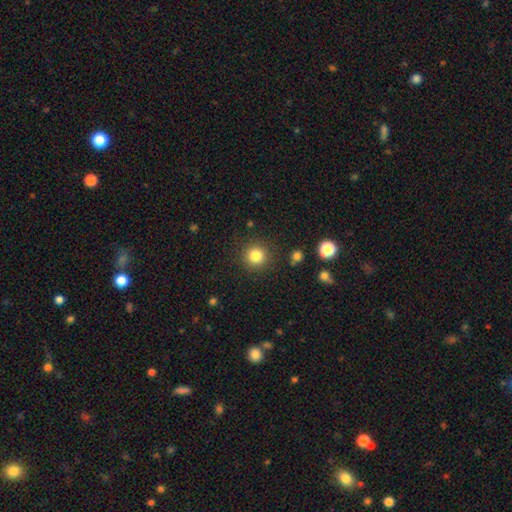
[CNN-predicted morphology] smooth-or-featured: smooth: 83% | star or artifact: 12% | featured or disk: 6%
  how-rounded: round: 94% | in between: 5% | cigar-shaped: 1%
  merging: none: 89% | minor disturbance: 6% | major disturbance: 3% | merger: 2%